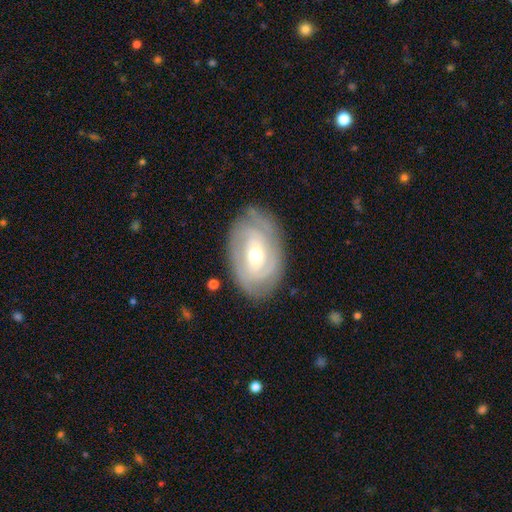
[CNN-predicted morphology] type=featured or disk (82%); edge-on=no (95%); bar=no (45%); spiral arms=yes (91%); winding=tight (70%); arm count=can't tell (33%); bulge=moderate (55%); merging=none (79%).